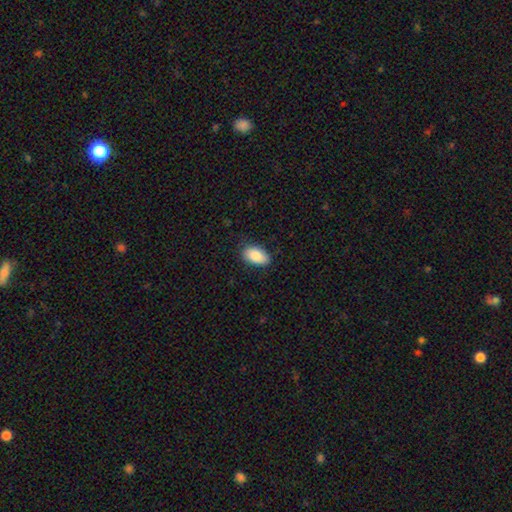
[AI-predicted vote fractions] A smooth galaxy with no disk features (87%) that is in between round and cigar-shaped (94%).

Vote fractions:
- Smooth or featured? smooth: 87% / featured or disk: 6% / star or artifact: 6%
- How rounded? in between: 94% / round: 4% / cigar-shaped: 2%
- Merging? none: 80% / minor disturbance: 16% / major disturbance: 3% / merger: 1%